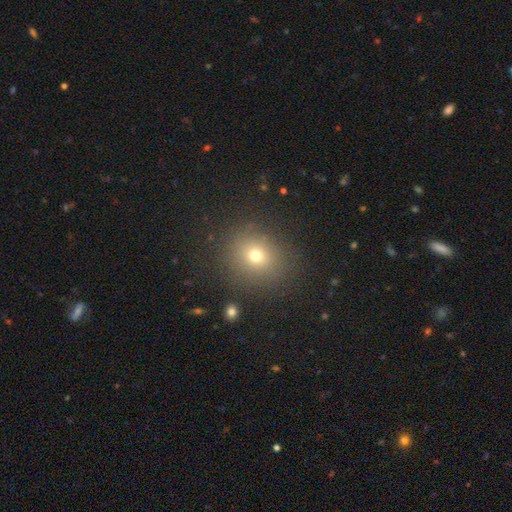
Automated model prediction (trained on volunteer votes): Q: Smooth or featured?
A: smooth (70%); runner-up: star or artifact (19%)
Q: How rounded?
A: round (79%); runner-up: in between (20%)
Q: Merging?
A: none (86%); runner-up: minor disturbance (9%)